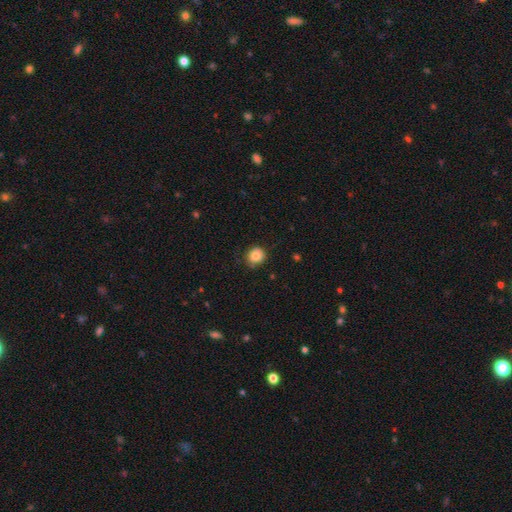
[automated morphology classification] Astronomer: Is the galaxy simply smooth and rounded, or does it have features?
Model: smooth — 84%.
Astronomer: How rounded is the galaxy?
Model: round — 86%.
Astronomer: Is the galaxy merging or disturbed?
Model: none — 80%.